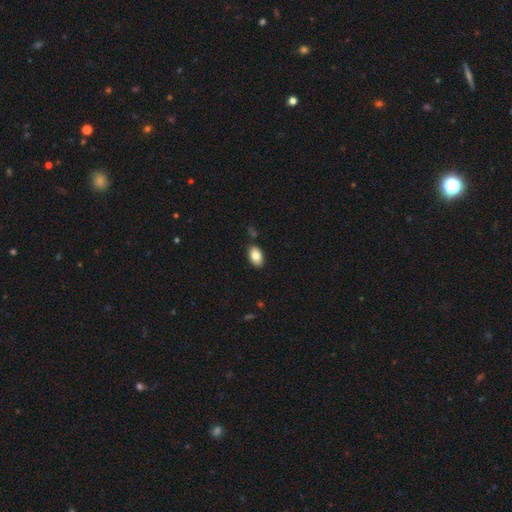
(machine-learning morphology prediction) smooth-or-featured: smooth: 83% | featured or disk: 10% | star or artifact: 7%
  how-rounded: in between: 93% | round: 6% | cigar-shaped: 2%
  merging: none: 84% | minor disturbance: 11% | merger: 3% | major disturbance: 2%